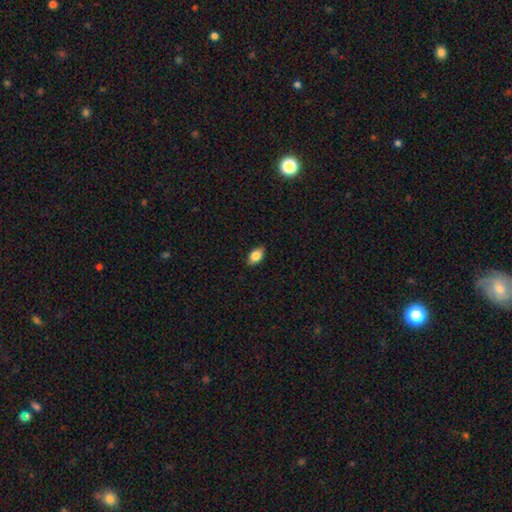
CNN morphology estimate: The model was most divided on "smooth or featured": smooth: 81%, featured or disk: 12%, star or artifact: 8%. More confident: how rounded — in between (89%); merging — none (87%).